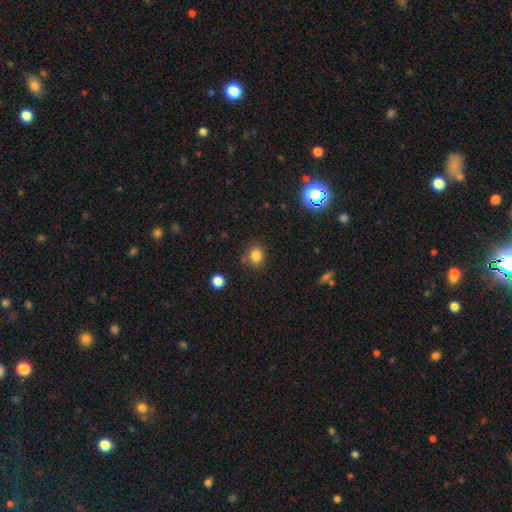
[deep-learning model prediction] Smooth or featured: smooth — 83% (star or artifact — 12%)
How rounded: round — 64% (in between — 35%)
Merging: none — 77% (minor disturbance — 13%)